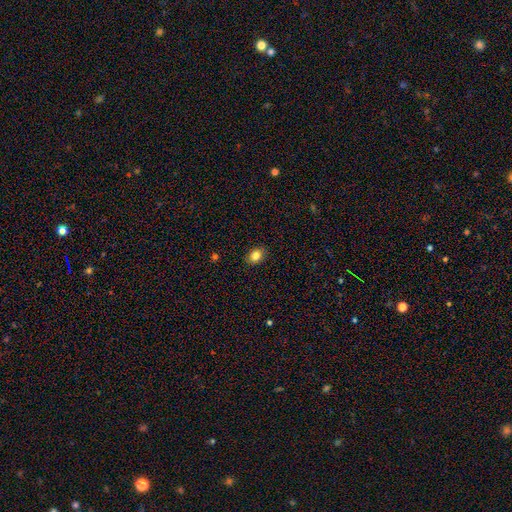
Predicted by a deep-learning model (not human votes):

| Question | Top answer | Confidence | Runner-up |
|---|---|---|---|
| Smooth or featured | smooth | 83% | star or artifact (10%) |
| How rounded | in between | 55% | round (44%) |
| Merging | none | 89% | minor disturbance (8%) |